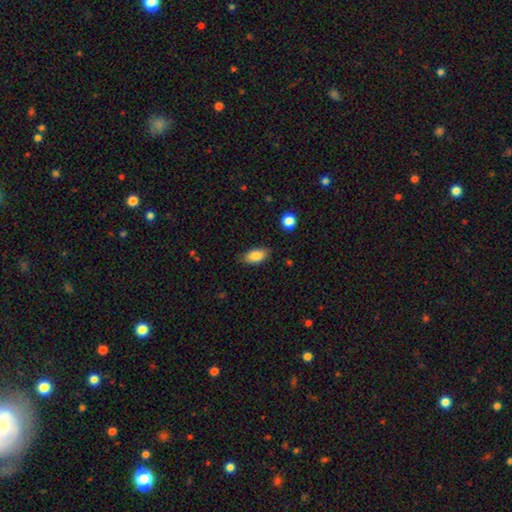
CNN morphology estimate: This appears to be a smooth galaxy with no disk features (85%) that is in between round and cigar-shaped (91%). Merging: none (81%).